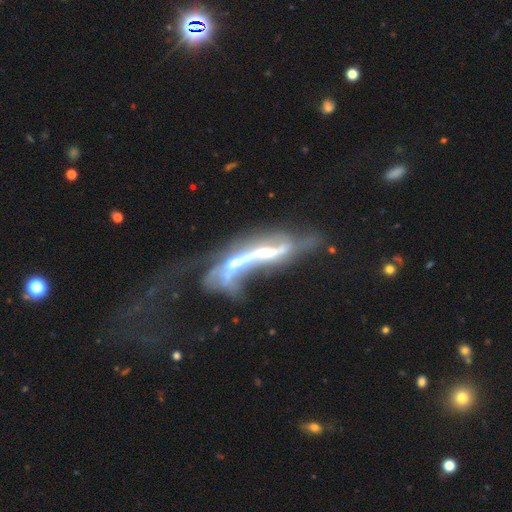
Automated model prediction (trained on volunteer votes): Smooth or featured: featured or disk — 73% (smooth — 16%)
Edge-on disk: no — 64% (yes — 36%)
Merging: merger — 48% (major disturbance — 33%)